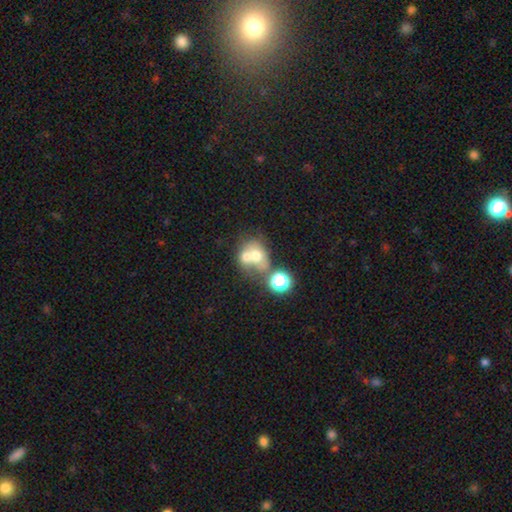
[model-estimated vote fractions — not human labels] Smooth or featured? smooth (58%)
How rounded? round (60%)
Merging? merger (62%)